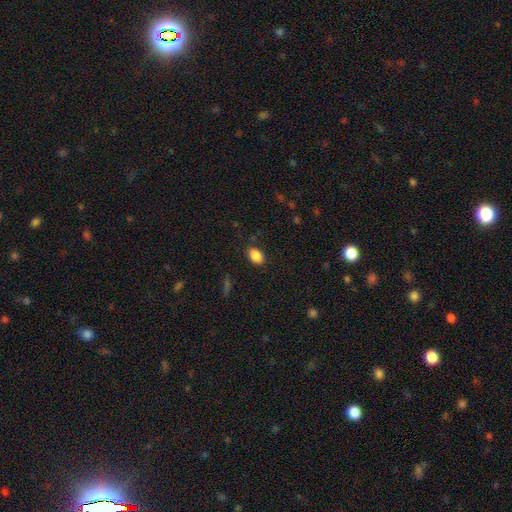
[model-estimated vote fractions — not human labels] This is clearly a smooth galaxy (87%). How rounded: clearly in between (84%). Merging: clearly none (85%).